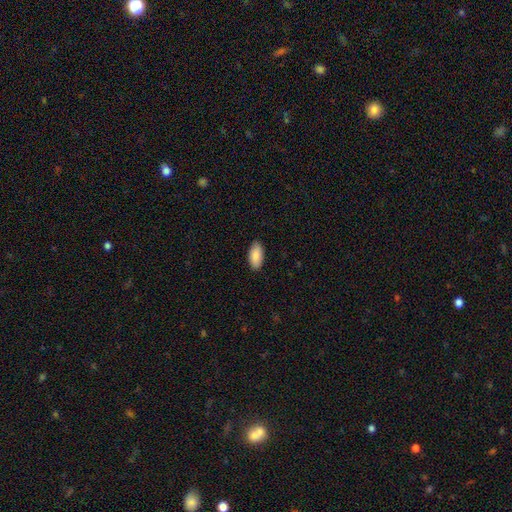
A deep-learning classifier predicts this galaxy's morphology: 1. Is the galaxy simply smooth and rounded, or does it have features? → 88% smooth, 7% featured or disk, 6% star or artifact.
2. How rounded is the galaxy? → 93% in between, 5% cigar-shaped, 2% round.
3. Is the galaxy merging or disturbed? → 89% none, 8% minor disturbance, 2% major disturbance, 1% merger.